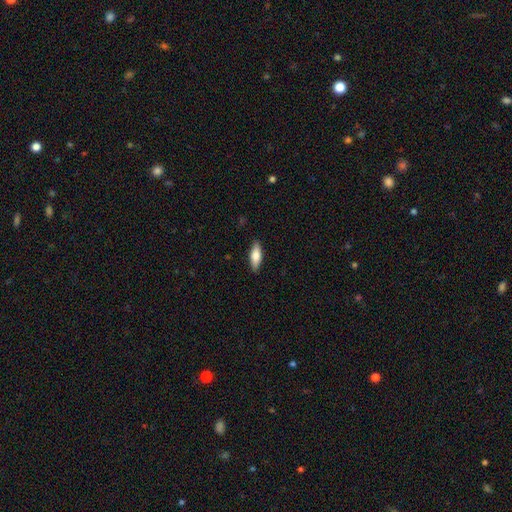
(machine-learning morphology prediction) smooth 69%, featured or disk 25%, star or artifact 6%. Down the decision tree: how rounded — in between (58%); merging — none (89%).